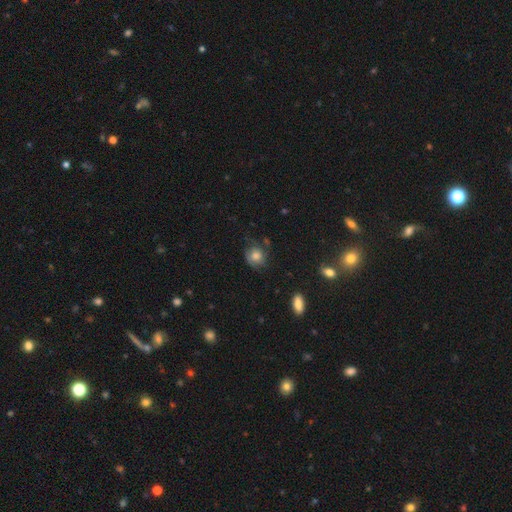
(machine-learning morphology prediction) The model was most divided on "smooth or featured": smooth: 52%, featured or disk: 38%, star or artifact: 10%. More confident: how rounded — round (74%); merging — none (60%).